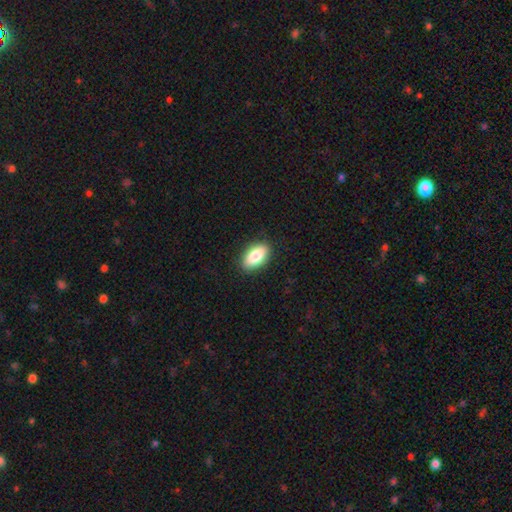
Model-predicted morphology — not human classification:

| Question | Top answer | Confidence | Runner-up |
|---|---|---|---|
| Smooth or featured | smooth | 82% | featured or disk (11%) |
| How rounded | in between | 91% | round (5%) |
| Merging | none | 89% | minor disturbance (8%) |